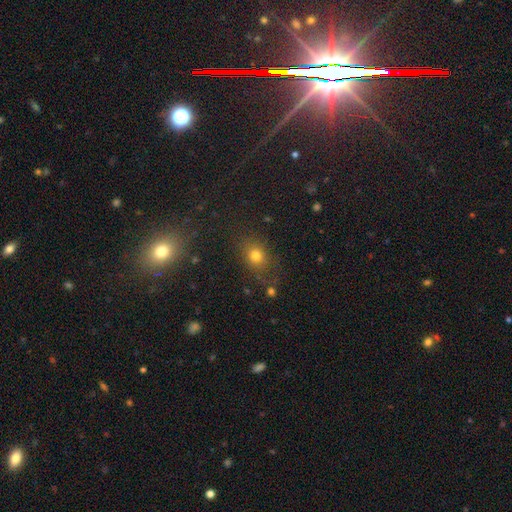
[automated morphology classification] A smooth galaxy with no disk features (72%) that is round (58%).

Vote fractions:
- Smooth or featured? smooth: 72% / star or artifact: 19% / featured or disk: 9%
- How rounded? round: 58% / in between: 40% / cigar-shaped: 2%
- Merging? none: 76% / minor disturbance: 13% / major disturbance: 6% / merger: 4%